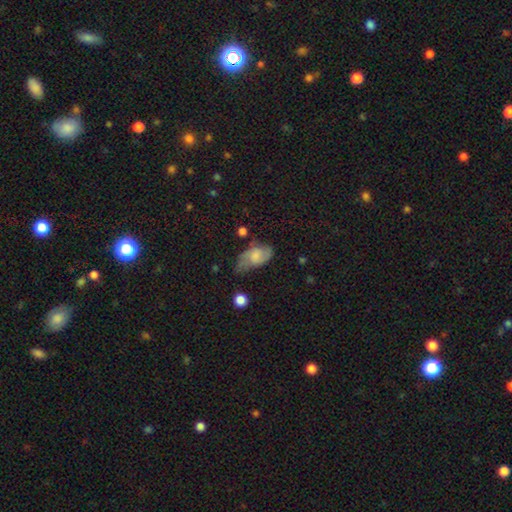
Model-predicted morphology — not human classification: Overall: smooth (55%; featured or disk 36%). How rounded: in between (90%). Merging: minor disturbance (37%; none 35%).